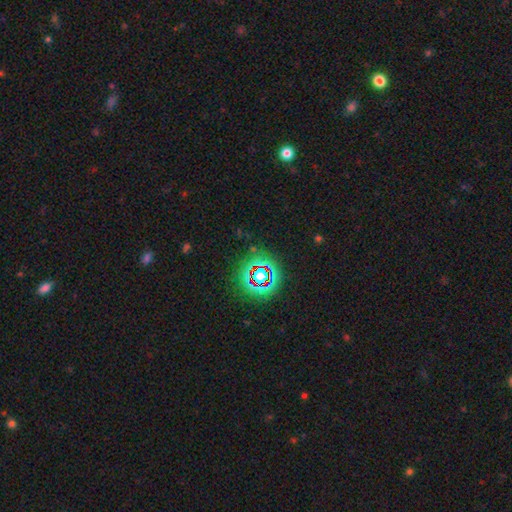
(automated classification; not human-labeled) star or artifact 59%, smooth 21%, featured or disk 20%.